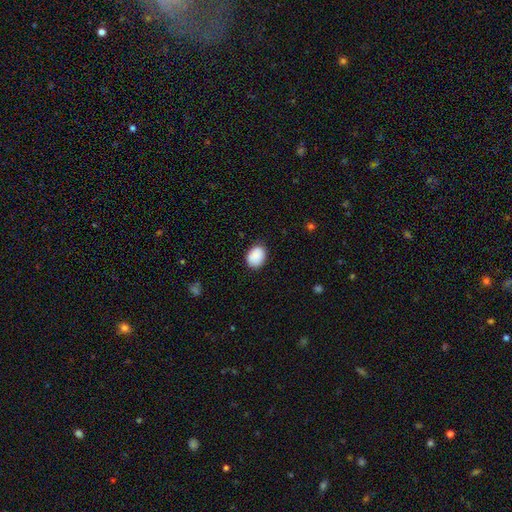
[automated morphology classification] smooth_or_featured: smooth (p=0.90) [alt: star or artifact p=0.07]
how_rounded: in between (p=0.67) [alt: round p=0.32]
merging: none (p=0.83) [alt: minor disturbance p=0.14]